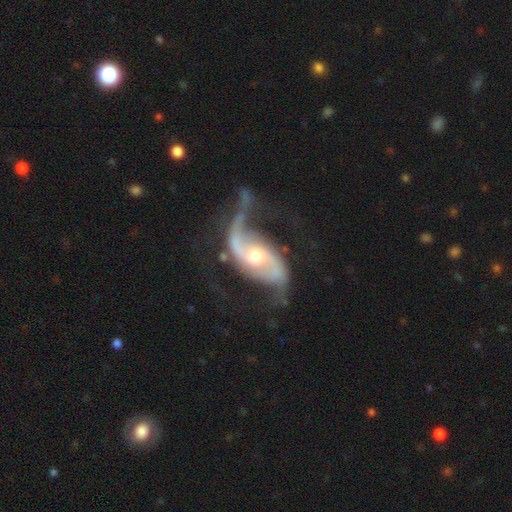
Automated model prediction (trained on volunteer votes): smooth_or_featured: featured or disk (p=0.91) [alt: smooth p=0.05]
disk_edge_on: no (p=0.97) [alt: yes p=0.03]
bar: weak (p=0.42) [alt: no p=0.39]
has_spiral_arms: yes (p=0.97) [alt: no p=0.03]
spiral_winding: loose (p=0.67) [alt: medium p=0.26]
spiral_arm_count: 2 (p=0.91) [alt: 1 p=0.03]
bulge_size: moderate (p=0.64) [alt: small p=0.27]
merging: none (p=0.53) [alt: major disturbance p=0.22]